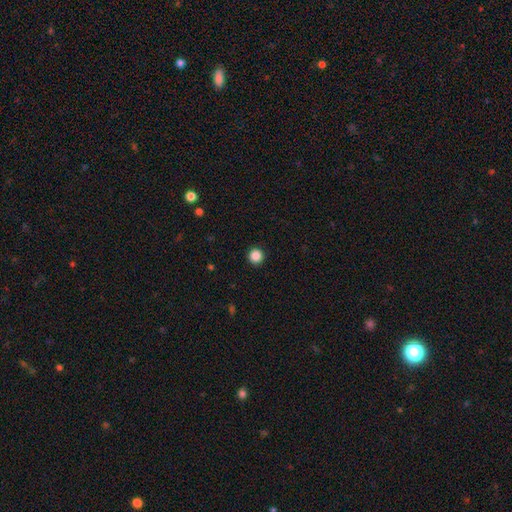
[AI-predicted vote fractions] Q: Smooth or featured?
A: smooth (86%); runner-up: star or artifact (11%)
Q: How rounded?
A: round (96%); runner-up: in between (3%)
Q: Merging?
A: none (93%); runner-up: minor disturbance (4%)